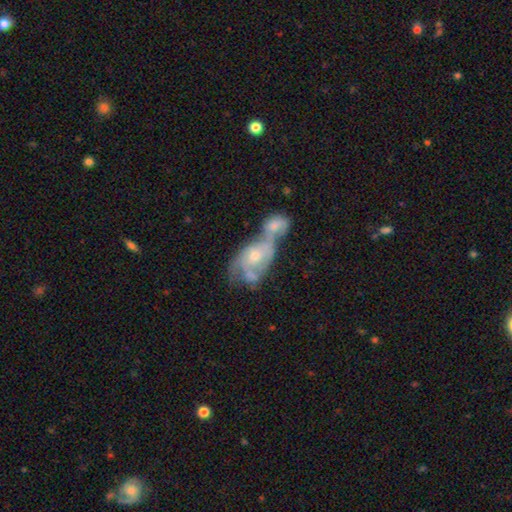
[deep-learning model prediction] A featured or disk galaxy (70%) with no bar (73%), spiral arms (75%) and a moderate central bulge (52%). Merging: merger (71%).